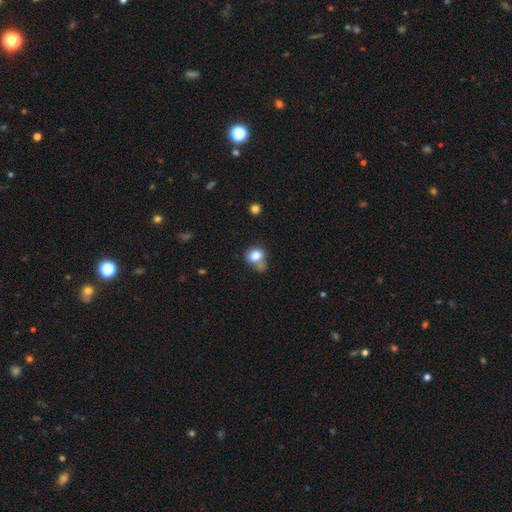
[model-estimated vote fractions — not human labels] Smooth or featured?
  - smooth: 80% *
  - star or artifact: 10%
  - featured or disk: 10%
How rounded?
  - round: 51% *
  - in between: 48%
  - cigar-shaped: 1%
Merging?
  - none: 37% *
  - minor disturbance: 27%
  - merger: 21%
  - major disturbance: 16%